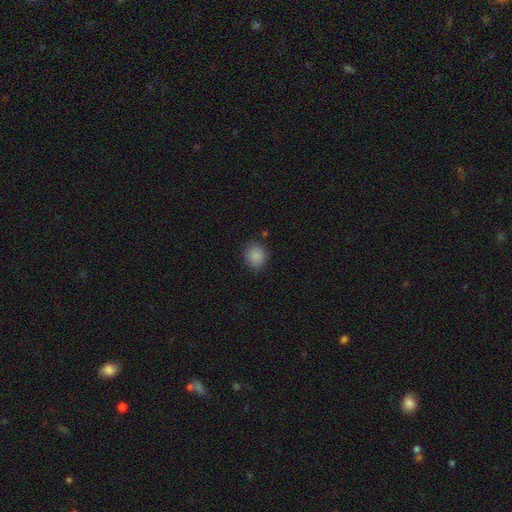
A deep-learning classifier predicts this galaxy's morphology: The model was most divided on "how rounded": round: 72%, in between: 27%, cigar-shaped: 1%. More confident: smooth or featured — smooth (88%); merging — none (84%).